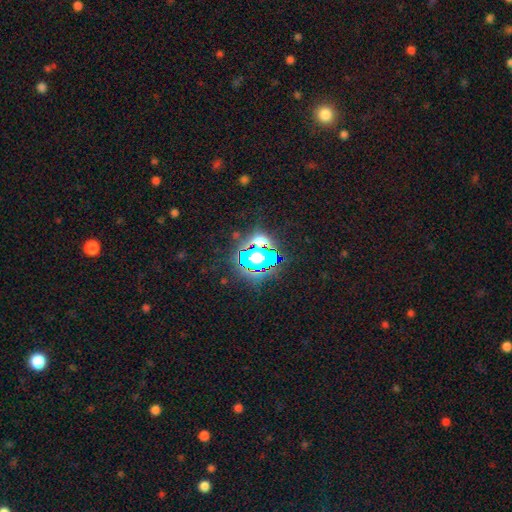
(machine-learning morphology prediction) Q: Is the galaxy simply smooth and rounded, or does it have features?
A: star or artifact — 59%.